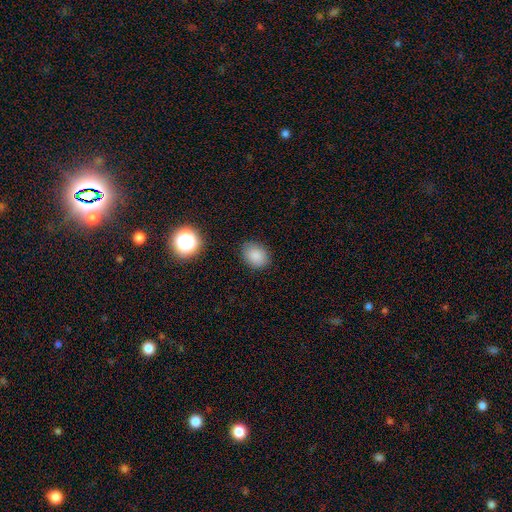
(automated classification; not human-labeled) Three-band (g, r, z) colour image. It shows a smooth galaxy with no disk features (84%) that is in between round and cigar-shaped (59%). Merging: none (85%).